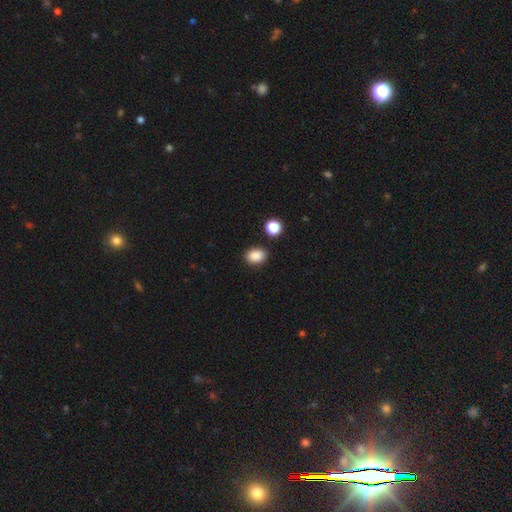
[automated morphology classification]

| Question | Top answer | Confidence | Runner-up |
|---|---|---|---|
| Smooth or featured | smooth | 87% | star or artifact (10%) |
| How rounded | in between | 71% | round (28%) |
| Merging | none | 85% | minor disturbance (9%) |